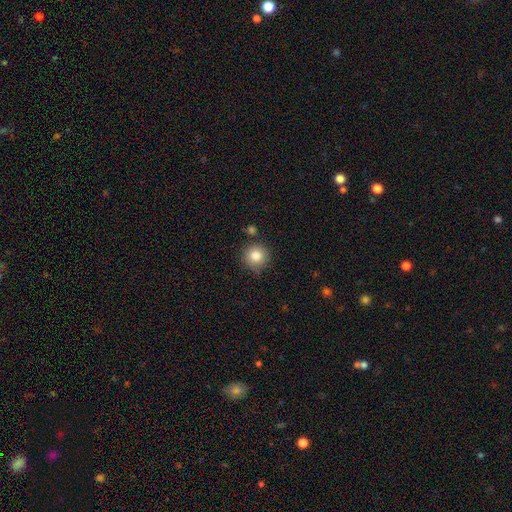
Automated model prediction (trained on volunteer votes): smooth 83%, star or artifact 10%, featured or disk 7%. Down the decision tree: how rounded — round (94%); merging — none (82%).